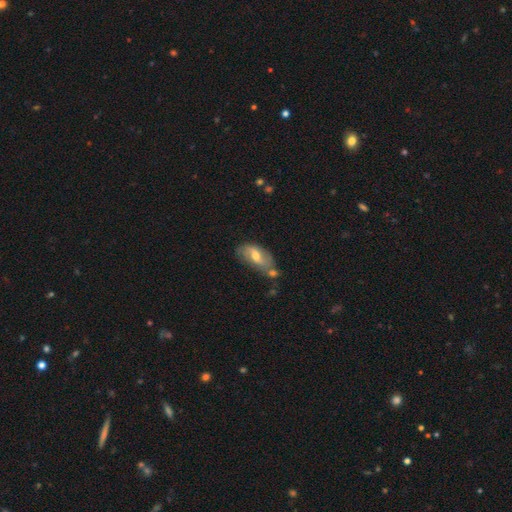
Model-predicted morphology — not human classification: smooth-or-featured: featured or disk: 51% | smooth: 41% | star or artifact: 8%
  disk-edge-on: no: 90% | yes: 10%
  merging: none: 53% | minor disturbance: 24% | merger: 15% | major disturbance: 7%